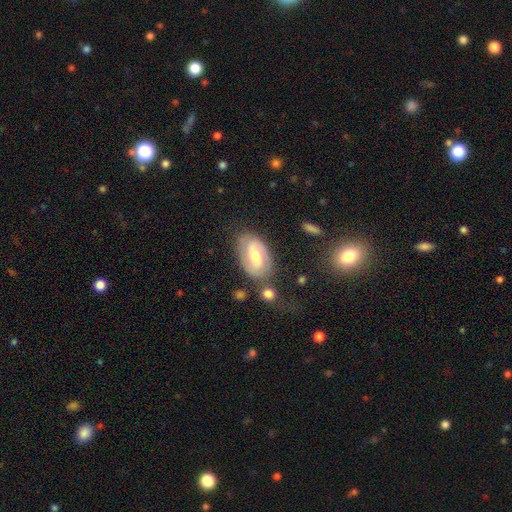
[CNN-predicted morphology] This appears to be a featured or disk galaxy (66%) with a weak bar (47%), 2 (78%) tight (42%, tied with medium) spiral arms (83%) and a moderate central bulge (69%). Merging: none (70%).